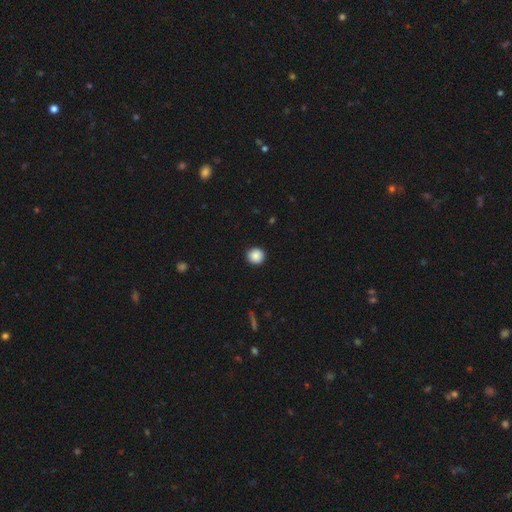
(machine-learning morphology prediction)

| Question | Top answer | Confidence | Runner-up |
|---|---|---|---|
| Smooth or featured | smooth | 88% | star or artifact (9%) |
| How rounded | round | 93% | in between (6%) |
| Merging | none | 93% | minor disturbance (5%) |